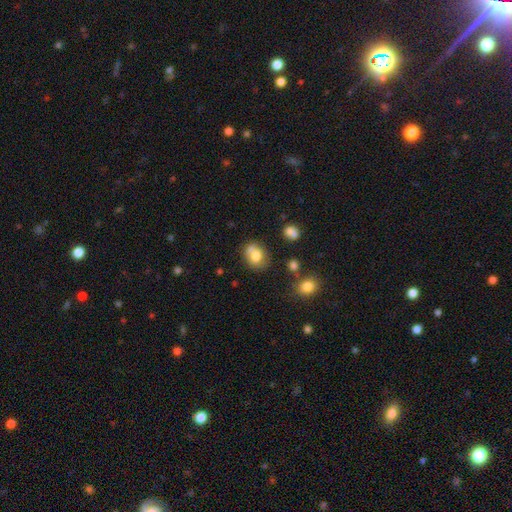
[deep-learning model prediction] Smooth or featured?
  - smooth: 73% *
  - featured or disk: 16%
  - star or artifact: 11%
How rounded?
  - round: 53% *
  - in between: 46%
  - cigar-shaped: 1%
Merging?
  - none: 51% *
  - merger: 28%
  - minor disturbance: 16%
  - major disturbance: 5%